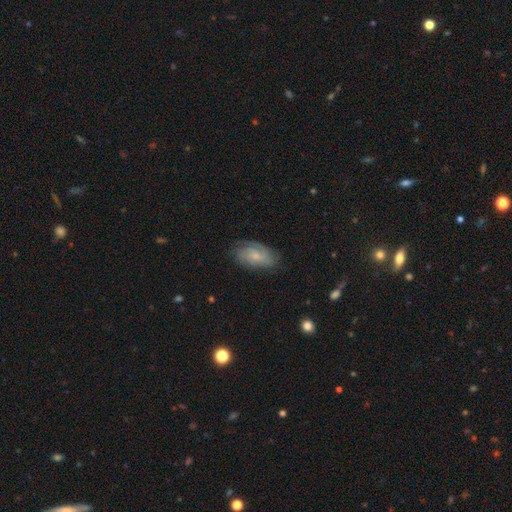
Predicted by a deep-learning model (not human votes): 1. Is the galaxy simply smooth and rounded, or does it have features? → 54% featured or disk, 38% smooth, 8% star or artifact.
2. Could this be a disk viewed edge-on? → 94% no, 6% yes.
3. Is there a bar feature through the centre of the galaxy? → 72% no, 24% weak, 3% strong.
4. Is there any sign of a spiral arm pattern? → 85% yes, 15% no.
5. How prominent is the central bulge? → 62% small, 27% moderate, 8% none, 2% large, 1% dominant.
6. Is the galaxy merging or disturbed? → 71% none, 21% minor disturbance, 7% major disturbance, 1% merger.